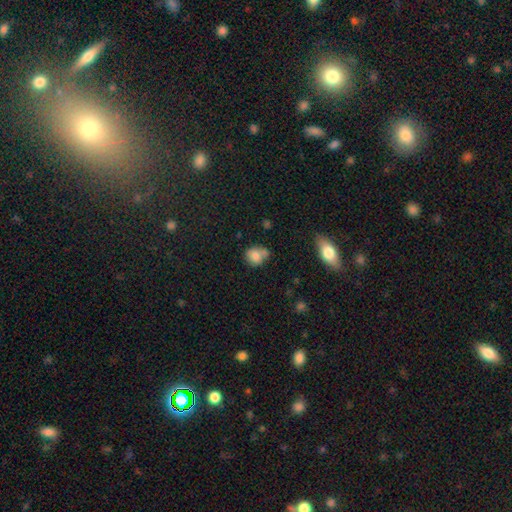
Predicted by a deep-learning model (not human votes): Overall: smooth (78%). How rounded: round (57%; in between 42%). Merging: none (45%; minor disturbance 26%).